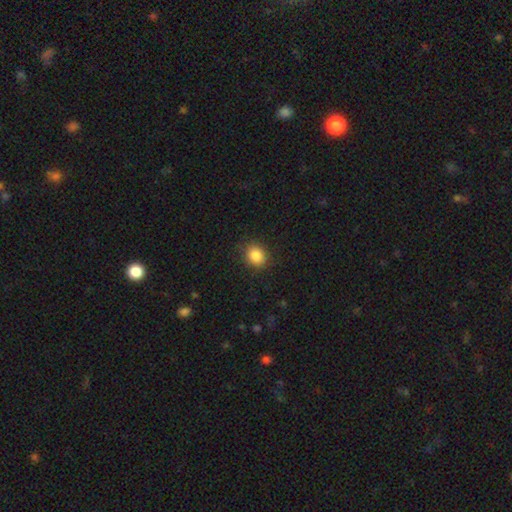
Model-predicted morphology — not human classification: Smooth or featured: smooth — 86% (star or artifact — 9%)
How rounded: round — 63% (in between — 36%)
Merging: none — 87% (minor disturbance — 10%)